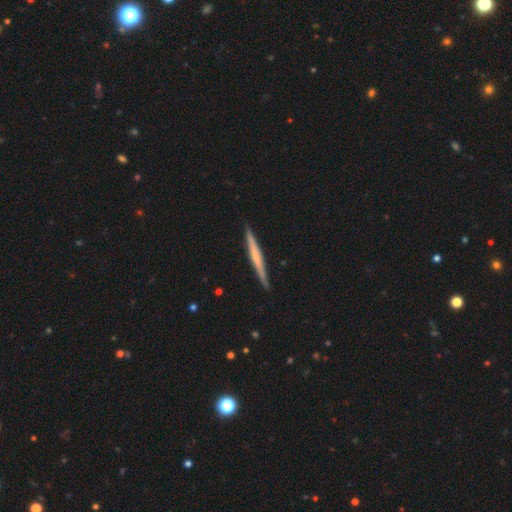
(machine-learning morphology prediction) A featured or disk galaxy (59%) viewed edge-on (98%) with no central bulge (57%).

Vote fractions:
- Smooth or featured? featured or disk: 59% / smooth: 36% / star or artifact: 5%
- Edge-on disk? yes: 98% / no: 2%
- Edge-on bulge? none: 57% / rounded: 30% / boxy: 13%
- Merging? none: 91% / minor disturbance: 7% / major disturbance: 1% / merger: 1%